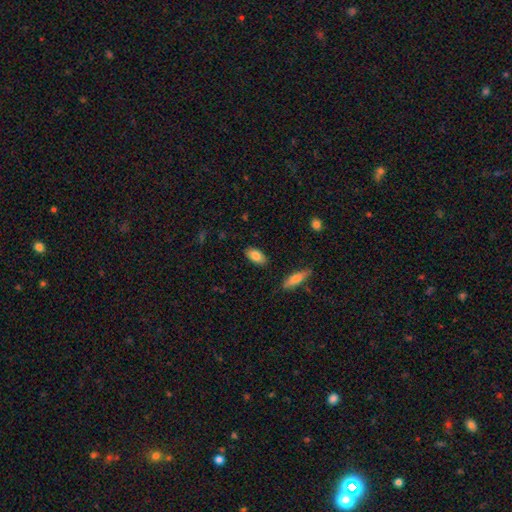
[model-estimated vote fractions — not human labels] Smooth or featured?
  - smooth: 84% *
  - featured or disk: 9%
  - star or artifact: 7%
How rounded?
  - in between: 91% *
  - cigar-shaped: 5%
  - round: 4%
Merging?
  - none: 86% *
  - minor disturbance: 10%
  - major disturbance: 2%
  - merger: 2%